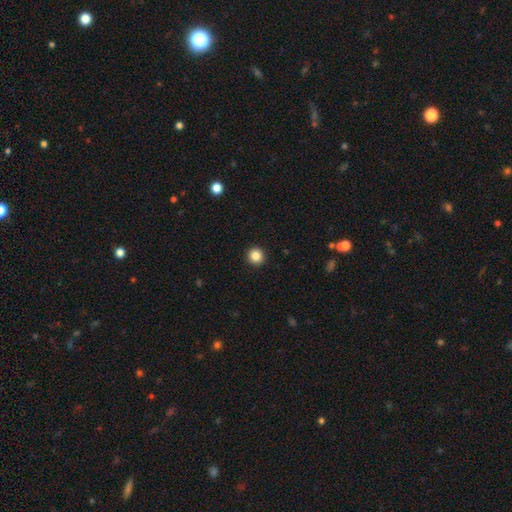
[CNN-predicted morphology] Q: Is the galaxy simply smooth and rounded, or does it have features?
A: smooth — 85%.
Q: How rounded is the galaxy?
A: round — 95%.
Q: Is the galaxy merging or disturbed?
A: none — 94%.